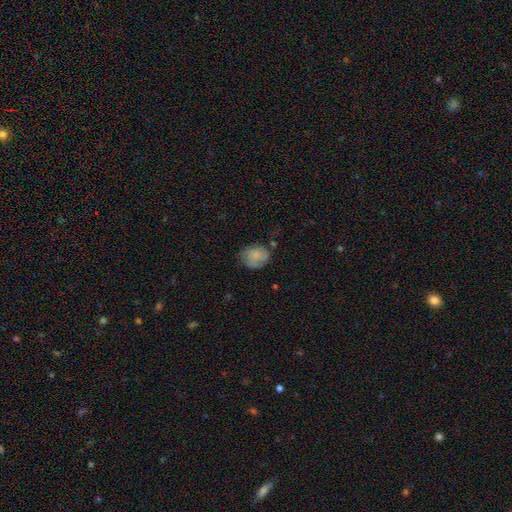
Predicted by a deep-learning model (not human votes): Overall: smooth (79%). How rounded: round (58%; in between 41%). Merging: none (63%; minor disturbance 26%).